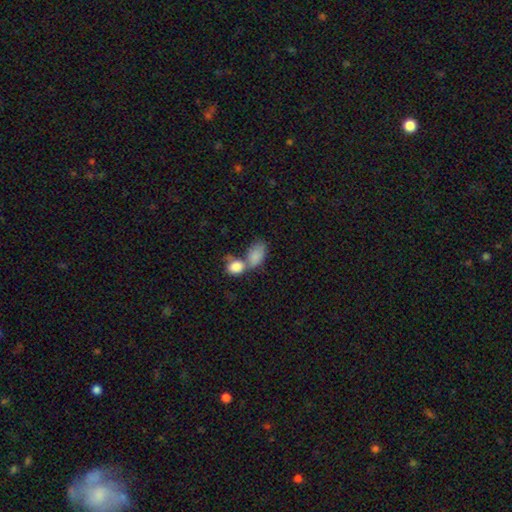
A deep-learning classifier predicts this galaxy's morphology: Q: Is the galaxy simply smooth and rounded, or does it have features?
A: smooth — 84%.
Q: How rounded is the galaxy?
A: in between — 88%.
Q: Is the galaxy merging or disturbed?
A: merger — 60%.